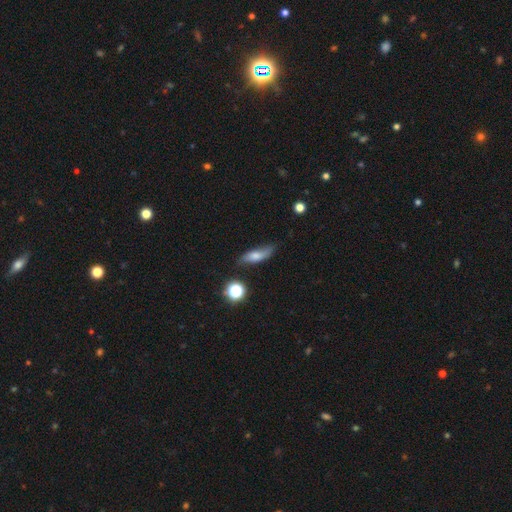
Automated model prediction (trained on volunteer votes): Smooth or featured?
  - smooth: 64% *
  - featured or disk: 26%
  - star or artifact: 10%
How rounded?
  - in between: 52% *
  - cigar-shaped: 43%
  - round: 5%
Merging?
  - none: 68% *
  - minor disturbance: 24%
  - major disturbance: 6%
  - merger: 3%